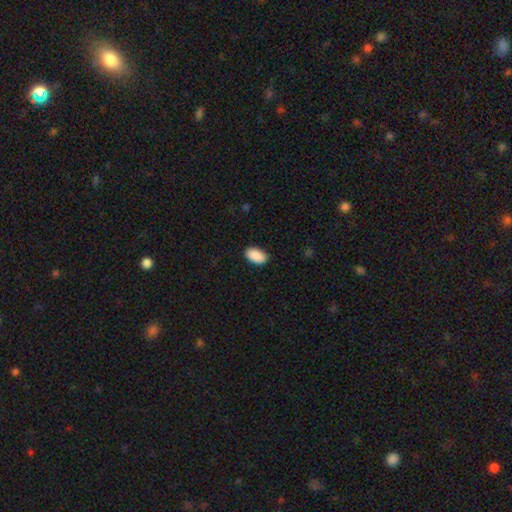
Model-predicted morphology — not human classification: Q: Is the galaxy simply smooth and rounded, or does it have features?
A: smooth — 91%.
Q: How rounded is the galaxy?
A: in between — 95%.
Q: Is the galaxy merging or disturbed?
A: none — 89%.